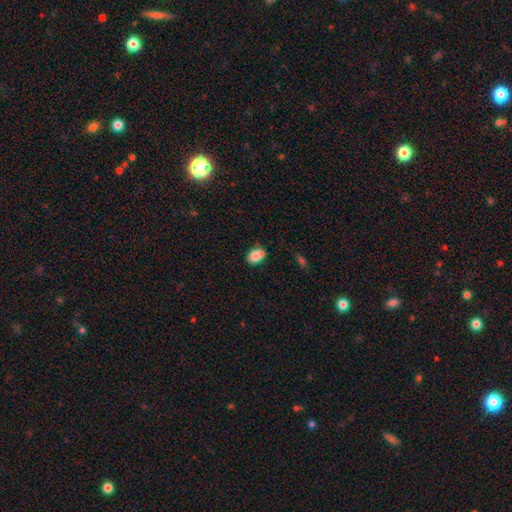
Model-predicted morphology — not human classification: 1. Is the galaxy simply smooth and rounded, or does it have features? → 81% smooth, 10% featured or disk, 9% star or artifact.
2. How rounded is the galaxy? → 71% in between, 27% round, 1% cigar-shaped.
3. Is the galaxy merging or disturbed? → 59% none, 19% minor disturbance, 17% merger, 4% major disturbance.